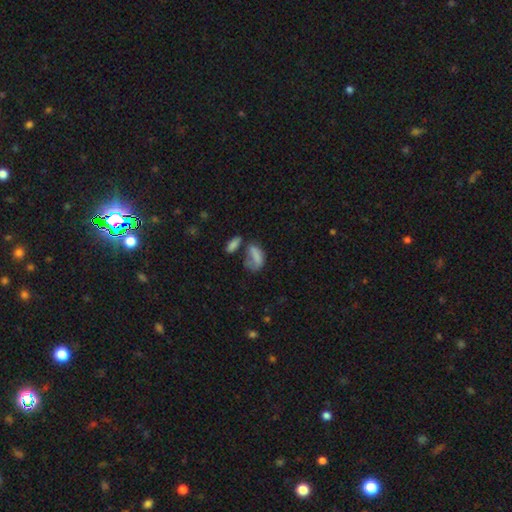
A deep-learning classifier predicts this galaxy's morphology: Q: Smooth or featured?
A: smooth (72%); runner-up: featured or disk (17%)
Q: How rounded?
A: in between (81%); runner-up: cigar-shaped (12%)
Q: Merging?
A: merger (28%); runner-up: none (27%)